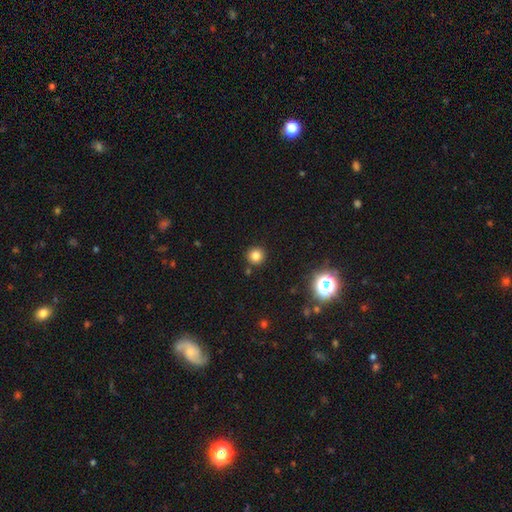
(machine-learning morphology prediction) Smooth or featured? Predicted: smooth (p=0.80). How rounded? Predicted: round (p=0.94). Merging? Predicted: none (p=0.88).